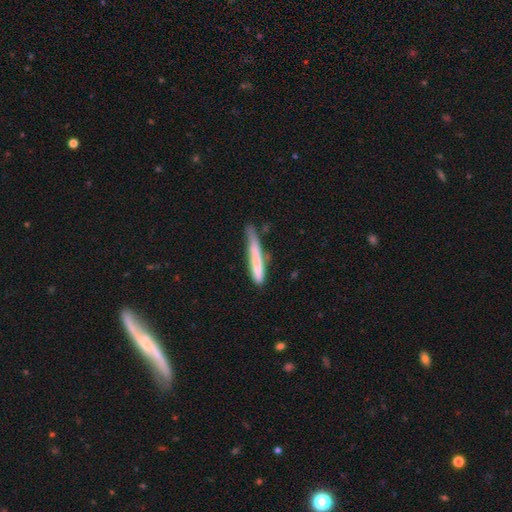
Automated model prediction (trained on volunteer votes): Smooth or featured: smooth — 70% (featured or disk — 24%)
How rounded: cigar-shaped — 93% (in between — 5%)
Merging: none — 46% (minor disturbance — 33%)